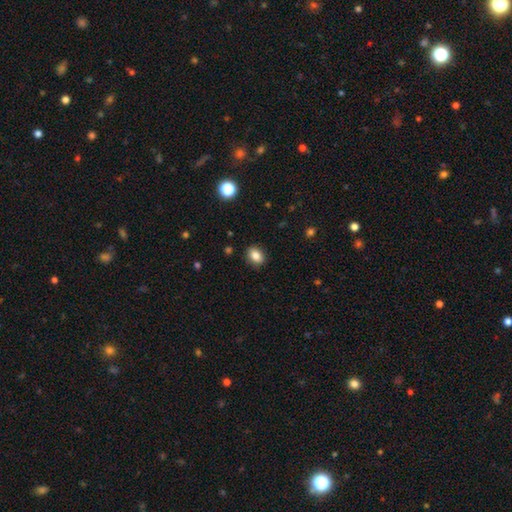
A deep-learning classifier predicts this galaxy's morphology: Smooth or featured?
  - smooth: 84% *
  - star or artifact: 10%
  - featured or disk: 6%
How rounded?
  - in between: 66% *
  - round: 33%
  - cigar-shaped: 1%
Merging?
  - none: 89% *
  - minor disturbance: 8%
  - major disturbance: 2%
  - merger: 1%